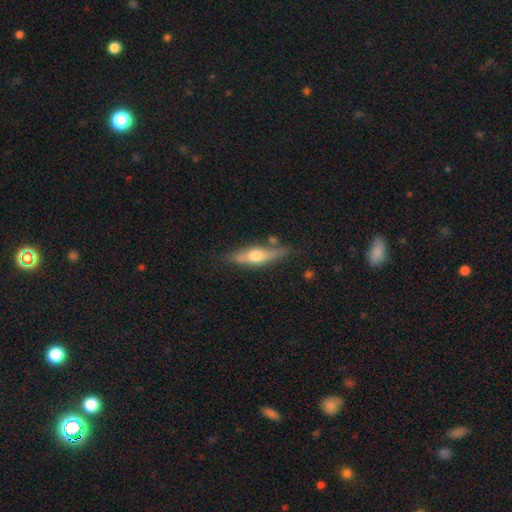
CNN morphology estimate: Overall: featured or disk (54%; smooth 40%). Edge-on disk: yes (88%). Merging: none (76%).